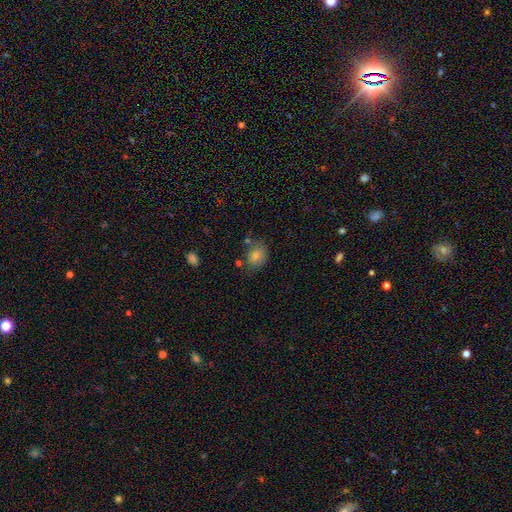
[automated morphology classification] smooth_or_featured: smooth (p=0.74) [alt: featured or disk p=0.14]
how_rounded: in between (p=0.56) [alt: round p=0.43]
merging: none (p=0.68) [alt: minor disturbance p=0.20]